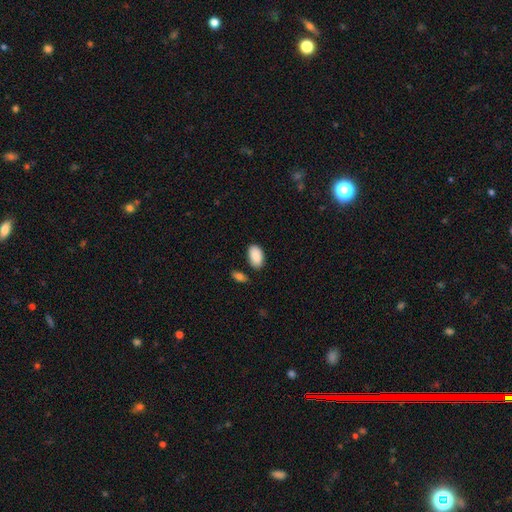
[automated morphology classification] smooth_or_featured: smooth (p=0.89) [alt: star or artifact p=0.06]
how_rounded: in between (p=0.94) [alt: round p=0.04]
merging: none (p=0.78) [alt: minor disturbance p=0.14]